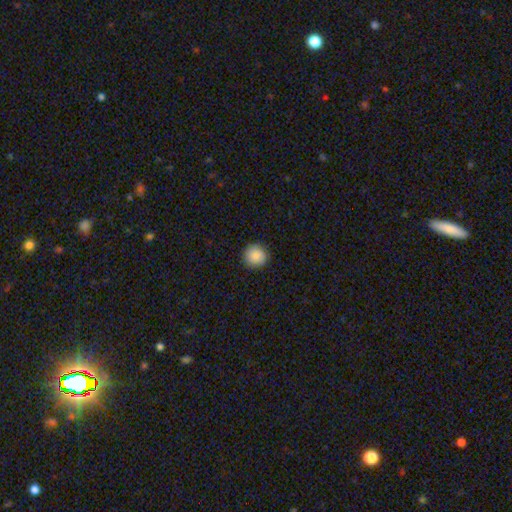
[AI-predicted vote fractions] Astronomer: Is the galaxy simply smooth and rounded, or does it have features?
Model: smooth — 86%.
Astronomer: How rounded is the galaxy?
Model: round — 94%.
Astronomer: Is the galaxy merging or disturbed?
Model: none — 90%.